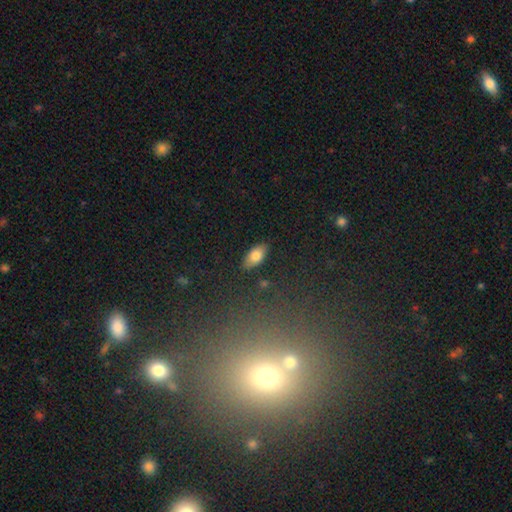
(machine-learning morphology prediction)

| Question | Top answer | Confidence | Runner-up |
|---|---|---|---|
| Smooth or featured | smooth | 80% | featured or disk (13%) |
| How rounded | in between | 91% | cigar-shaped (6%) |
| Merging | none | 85% | minor disturbance (11%) |